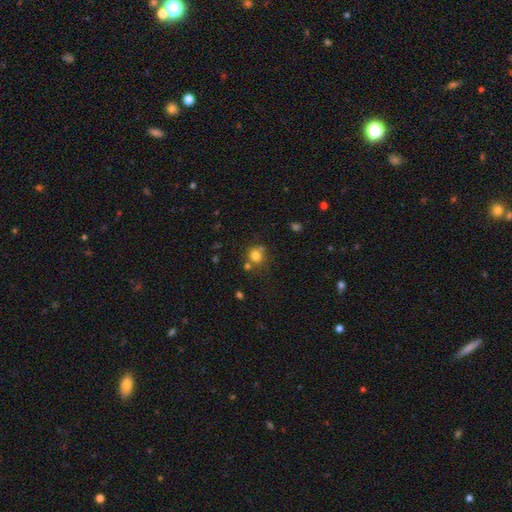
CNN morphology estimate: smooth 77%, star or artifact 14%, featured or disk 9%. Down the decision tree: how rounded — round (85%); merging — none (62%).